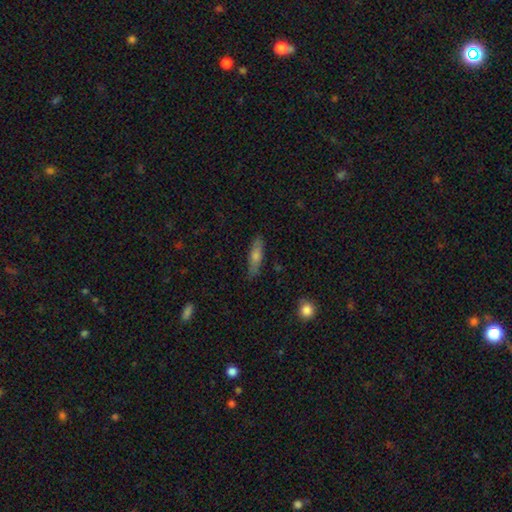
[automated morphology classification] Q: Smooth or featured?
A: smooth (58%); runner-up: featured or disk (35%)
Q: How rounded?
A: cigar-shaped (72%); runner-up: in between (25%)
Q: Merging?
A: none (86%); runner-up: minor disturbance (11%)